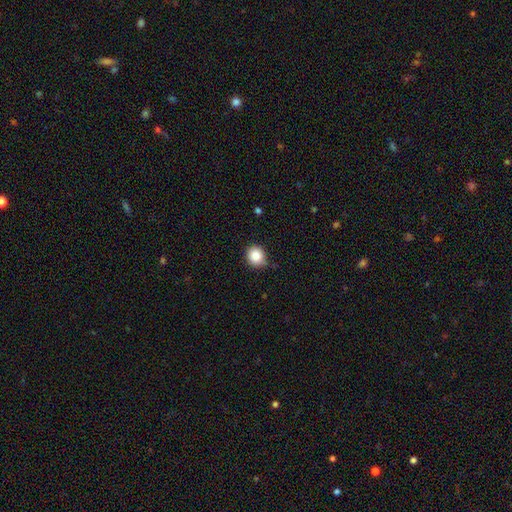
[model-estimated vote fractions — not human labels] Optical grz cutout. It shows a smooth galaxy with no disk features (86%) that is round (85%). Merging: none (78%).